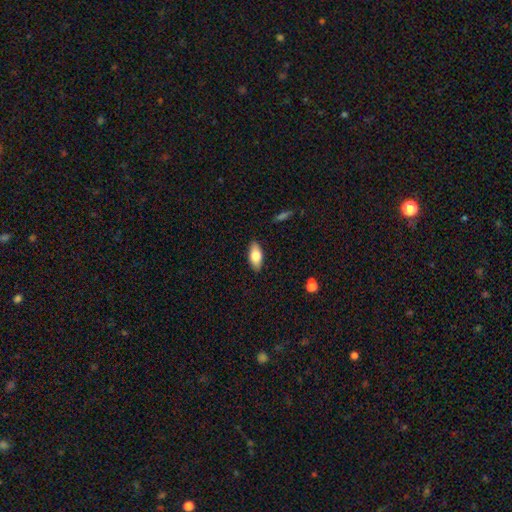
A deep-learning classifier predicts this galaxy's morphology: smooth 75%, featured or disk 19%, star or artifact 7%. Down the decision tree: how rounded — in between (87%); merging — none (88%).